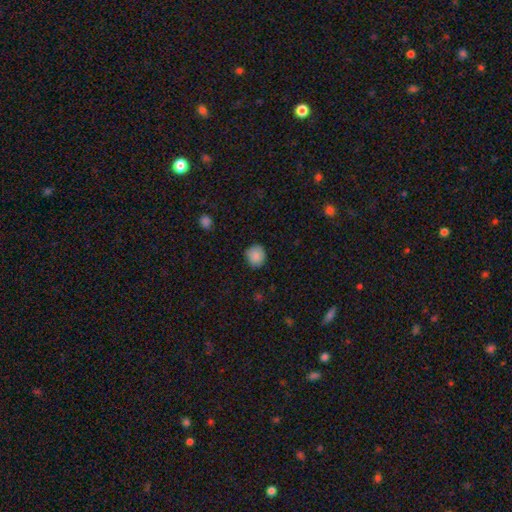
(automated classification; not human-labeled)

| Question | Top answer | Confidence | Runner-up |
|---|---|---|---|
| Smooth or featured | smooth | 87% | star or artifact (8%) |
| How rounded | round | 83% | in between (16%) |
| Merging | none | 82% | minor disturbance (14%) |